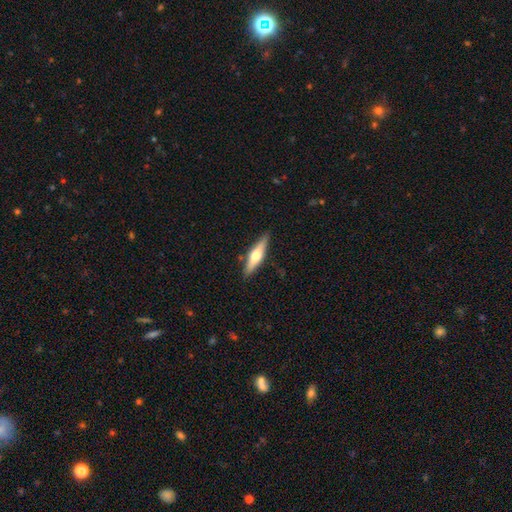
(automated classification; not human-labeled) featured or disk 53%, smooth 42%, star or artifact 5%. Down the decision tree: edge-on disk — yes (94%); merging — none (86%).